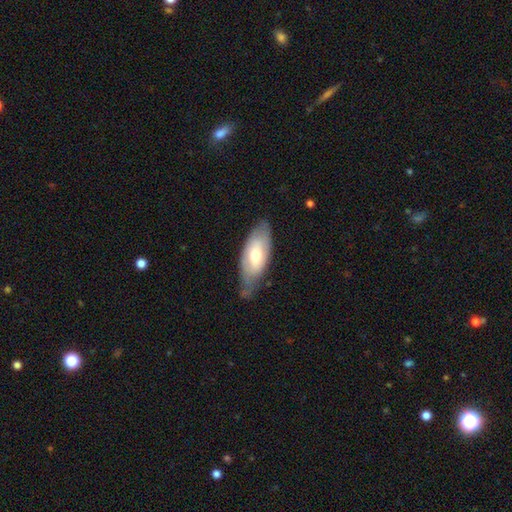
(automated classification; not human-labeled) Overall: smooth (57%; featured or disk 37%). How rounded: in between (83%). Merging: none (60%; minor disturbance 30%).